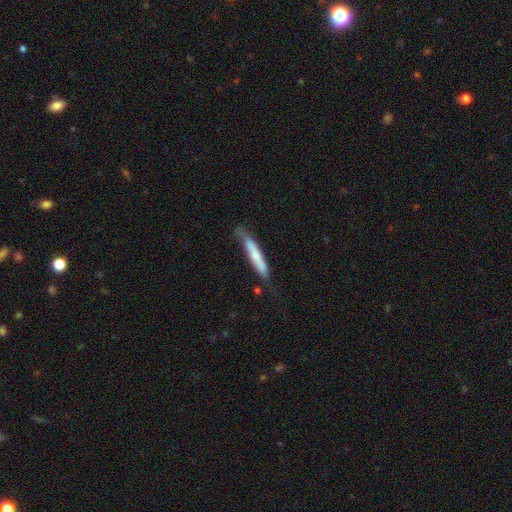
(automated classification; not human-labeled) Q: Smooth or featured?
A: smooth (60%); runner-up: featured or disk (34%)
Q: How rounded?
A: cigar-shaped (92%); runner-up: in between (7%)
Q: Merging?
A: none (59%); runner-up: minor disturbance (29%)